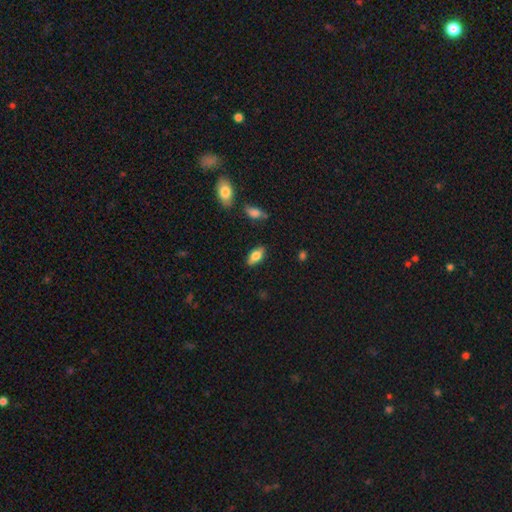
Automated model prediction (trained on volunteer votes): Smooth or featured?
  - smooth: 74% *
  - featured or disk: 19%
  - star or artifact: 7%
How rounded?
  - in between: 87% *
  - cigar-shaped: 9%
  - round: 4%
Merging?
  - none: 84% *
  - minor disturbance: 12%
  - major disturbance: 3%
  - merger: 2%